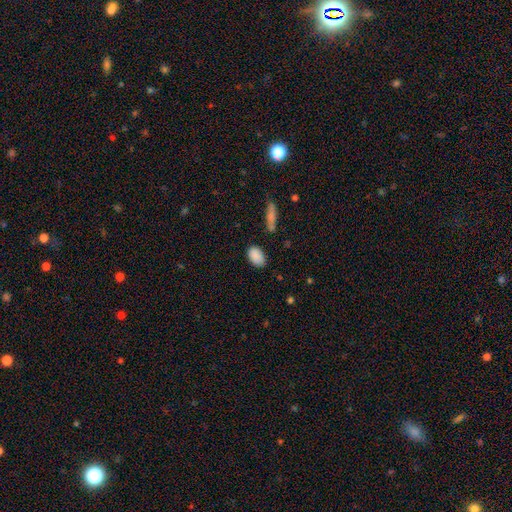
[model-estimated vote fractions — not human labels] The model was most divided on "merging": none: 79%, minor disturbance: 14%, merger: 4%, major disturbance: 3%. More confident: how rounded — in between (90%); smooth or featured — smooth (88%).